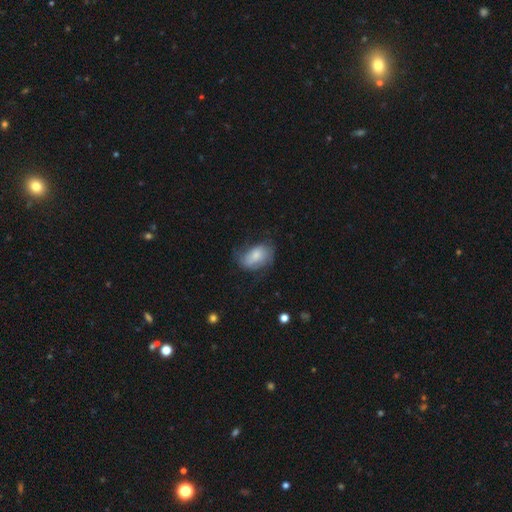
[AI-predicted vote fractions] Morphology: type=smooth (59%); roundness=in between (87%); merging=none (48%).